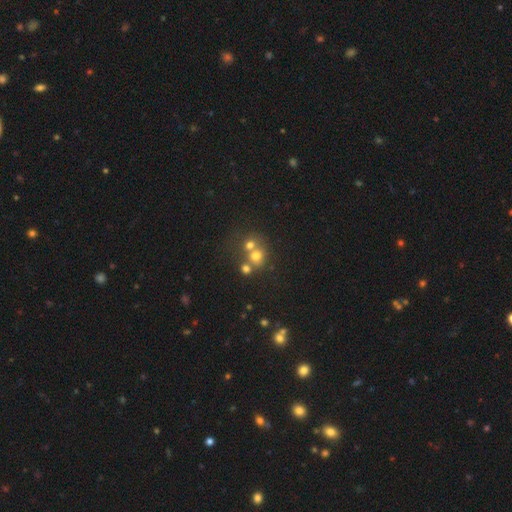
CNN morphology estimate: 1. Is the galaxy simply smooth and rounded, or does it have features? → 65% smooth, 18% star or artifact, 16% featured or disk.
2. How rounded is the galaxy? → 78% round, 21% in between, 1% cigar-shaped.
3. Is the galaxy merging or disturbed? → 49% merger, 40% none, 7% minor disturbance, 4% major disturbance.